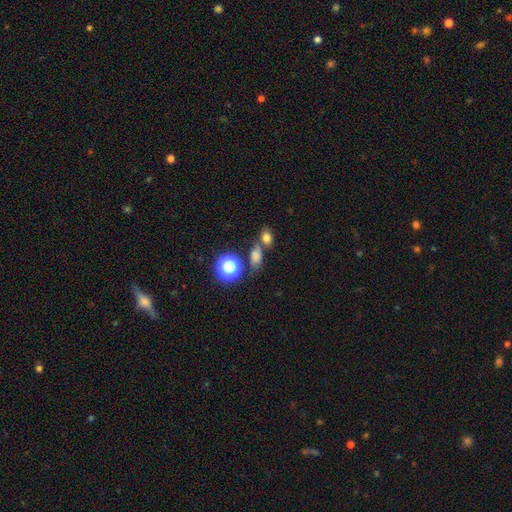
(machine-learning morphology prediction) smooth 71%, star or artifact 22%, featured or disk 7%. Down the decision tree: how rounded — in between (67%); merging — none (55%).